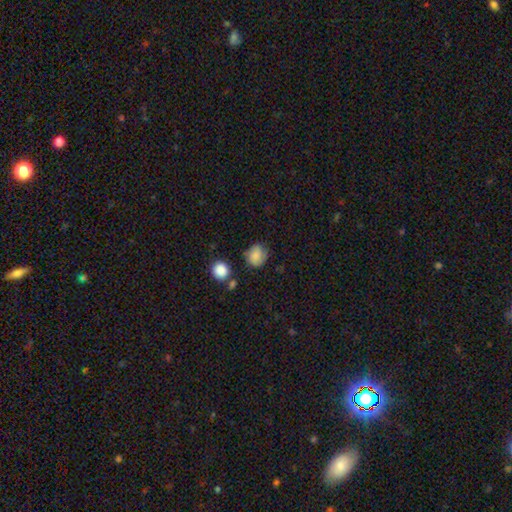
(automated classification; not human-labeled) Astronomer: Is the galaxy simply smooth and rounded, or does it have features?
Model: smooth — 76%.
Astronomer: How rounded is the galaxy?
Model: round — 79%.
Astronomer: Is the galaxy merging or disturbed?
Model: none — 67%.